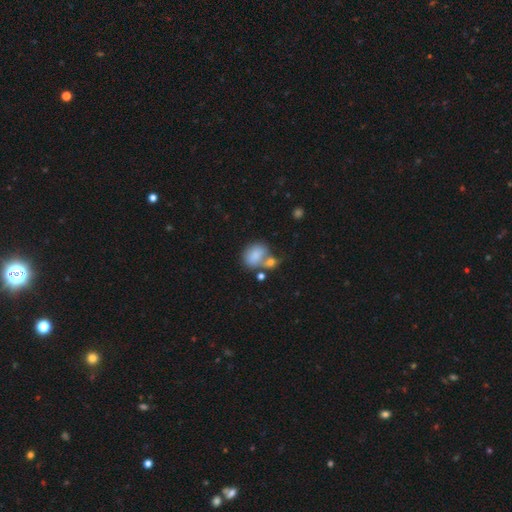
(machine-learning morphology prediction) smooth 80%, featured or disk 11%, star or artifact 9%. Down the decision tree: how rounded — in between (65%); merging — none (37%, tied with merger).